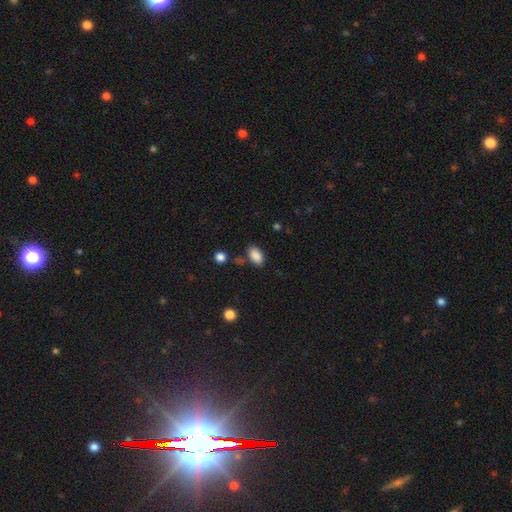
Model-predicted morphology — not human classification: Q: Smooth or featured?
A: smooth (87%); runner-up: star or artifact (8%)
Q: How rounded?
A: in between (92%); runner-up: round (6%)
Q: Merging?
A: none (78%); runner-up: minor disturbance (13%)